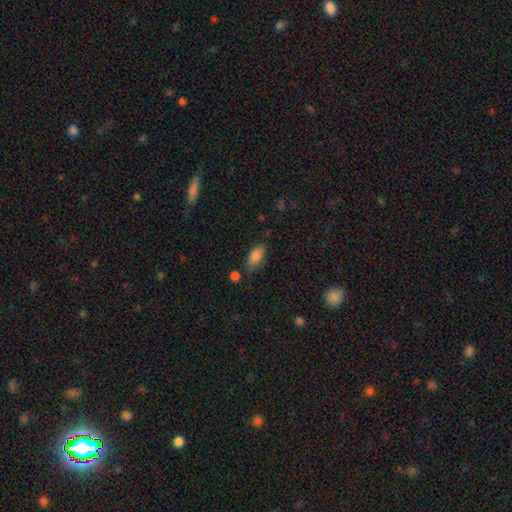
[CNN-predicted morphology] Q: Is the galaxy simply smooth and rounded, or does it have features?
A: smooth — 84%.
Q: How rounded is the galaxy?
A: in between — 89%.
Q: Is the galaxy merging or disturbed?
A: none — 65%.